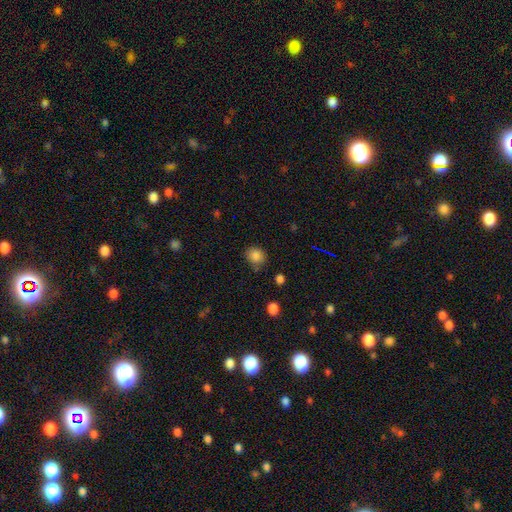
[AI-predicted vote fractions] This is clearly a smooth galaxy (84%). How rounded: likely round (72%). Merging: likely none (80%).